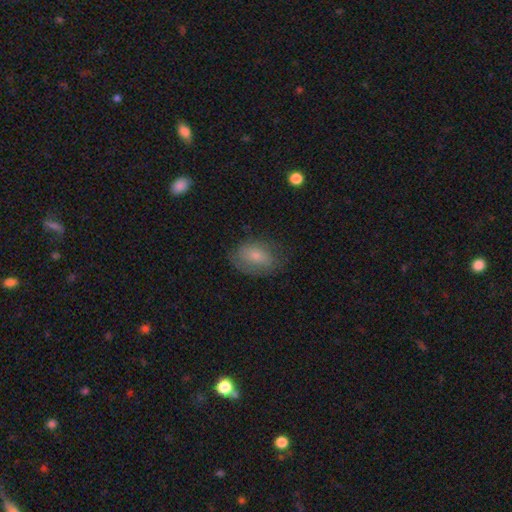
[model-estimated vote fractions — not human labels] This is likely a smooth galaxy (68%). How rounded: clearly in between (81%). Merging: likely none (65%).